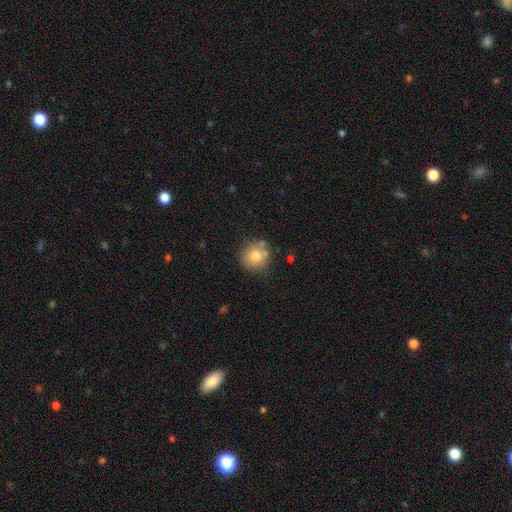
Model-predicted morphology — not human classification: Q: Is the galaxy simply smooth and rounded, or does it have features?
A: smooth — 76%.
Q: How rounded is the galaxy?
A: round — 91%.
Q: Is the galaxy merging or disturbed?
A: none — 77%.